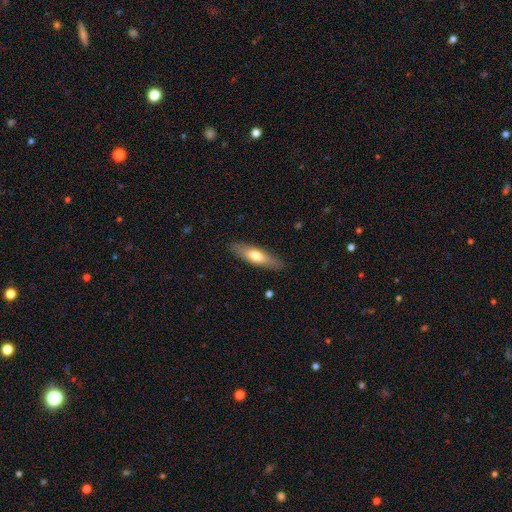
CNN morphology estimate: This appears to be a smooth galaxy with no disk features (64%) that is cigar-shaped (61%). Merging: none (87%).